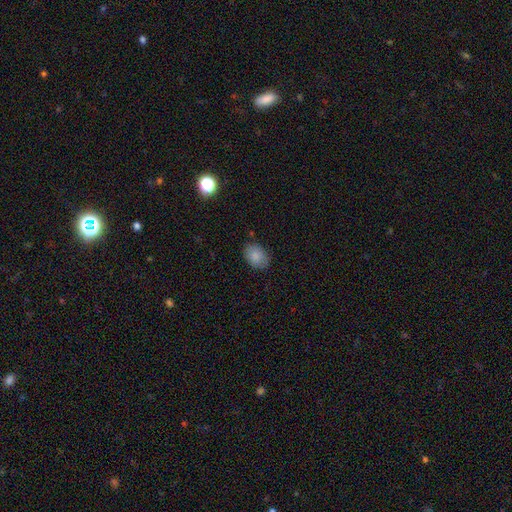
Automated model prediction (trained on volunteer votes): This is clearly a smooth galaxy (85%). How rounded: likely in between (78%). Merging: clearly none (82%).